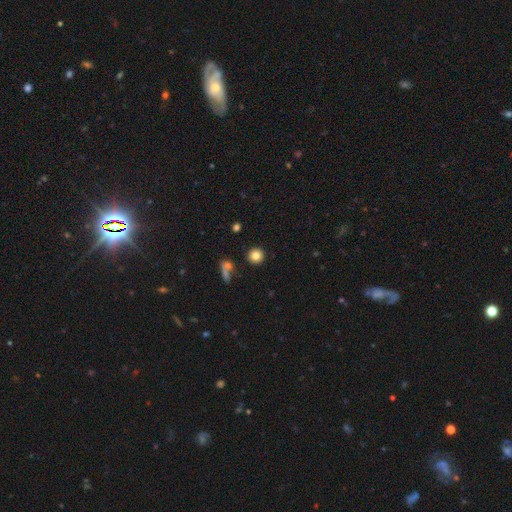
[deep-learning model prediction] The model was most divided on "smooth or featured": smooth: 81%, star or artifact: 10%, featured or disk: 8%. More confident: how rounded — round (93%); merging — none (87%).